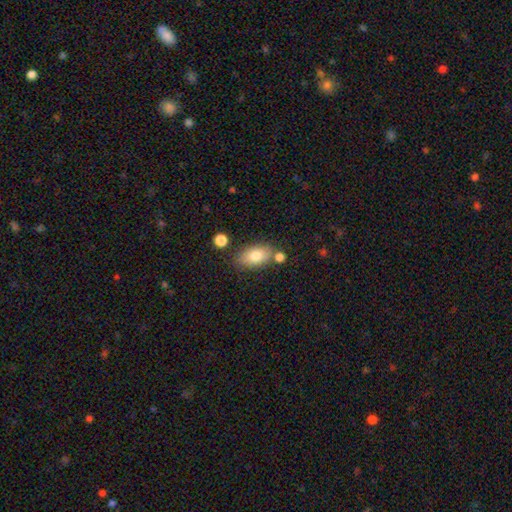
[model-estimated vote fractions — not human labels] Smooth or featured? Predicted: smooth (p=0.78). How rounded? Predicted: in between (p=0.90). Merging? Predicted: none (p=0.74).